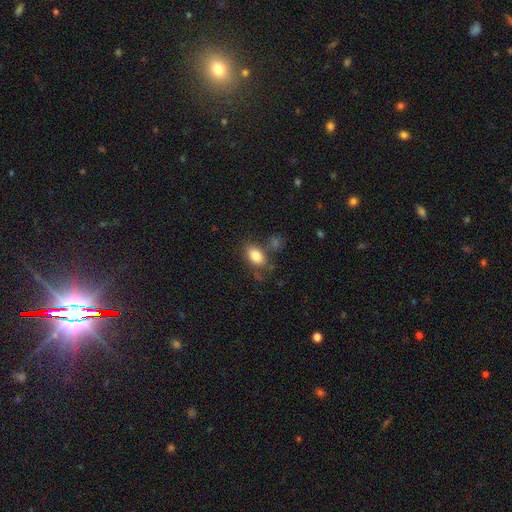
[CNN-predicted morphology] Smooth or featured? Predicted: smooth (p=0.83). How rounded? Predicted: in between (p=0.88). Merging? Predicted: none (p=0.67).